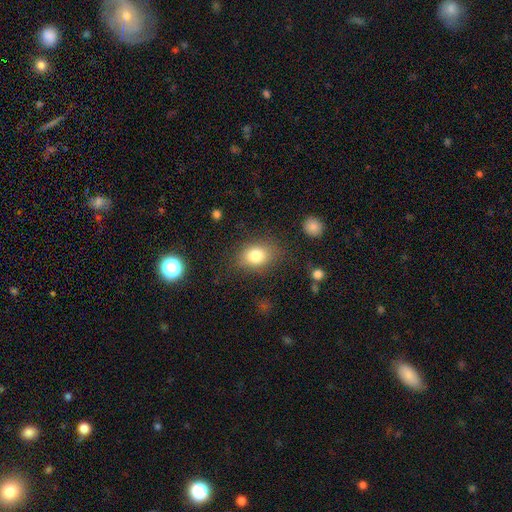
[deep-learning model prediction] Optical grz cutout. It shows a smooth galaxy with no disk features (80%) that is in between round and cigar-shaped (65%). Merging: none (78%).